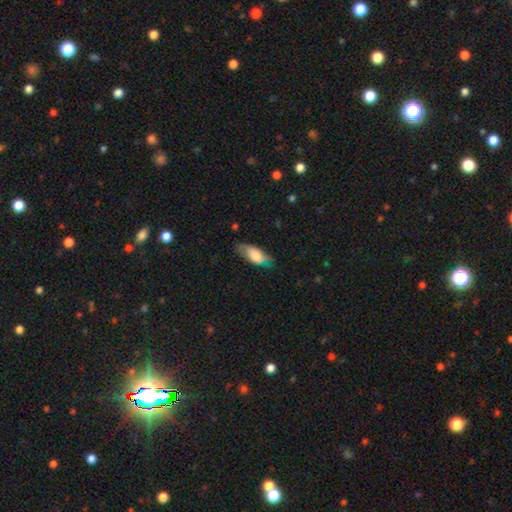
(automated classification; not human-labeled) Q: Smooth or featured?
A: smooth (70%); runner-up: featured or disk (23%)
Q: How rounded?
A: in between (84%); runner-up: cigar-shaped (13%)
Q: Merging?
A: none (65%); runner-up: minor disturbance (26%)